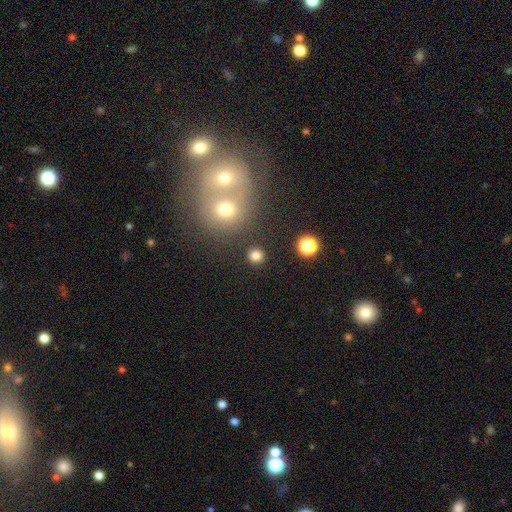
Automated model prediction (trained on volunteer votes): Smooth or featured?
  - smooth: 81% *
  - star or artifact: 14%
  - featured or disk: 5%
How rounded?
  - round: 92% *
  - in between: 7%
  - cigar-shaped: 1%
Merging?
  - none: 90% *
  - minor disturbance: 5%
  - merger: 3%
  - major disturbance: 2%